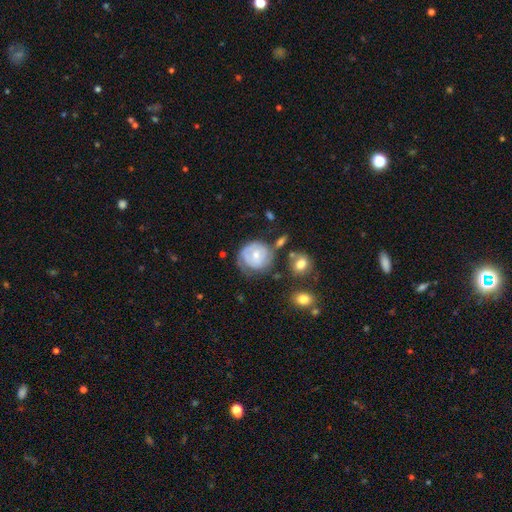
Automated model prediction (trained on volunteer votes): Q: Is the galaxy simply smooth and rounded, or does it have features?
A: featured or disk — 56%.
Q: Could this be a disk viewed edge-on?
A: no — 97%.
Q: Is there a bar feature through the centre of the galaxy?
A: no — 76%.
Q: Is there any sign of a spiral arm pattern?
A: yes — 66%.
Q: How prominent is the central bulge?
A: moderate — 49%.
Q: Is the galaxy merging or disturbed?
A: none — 47%.